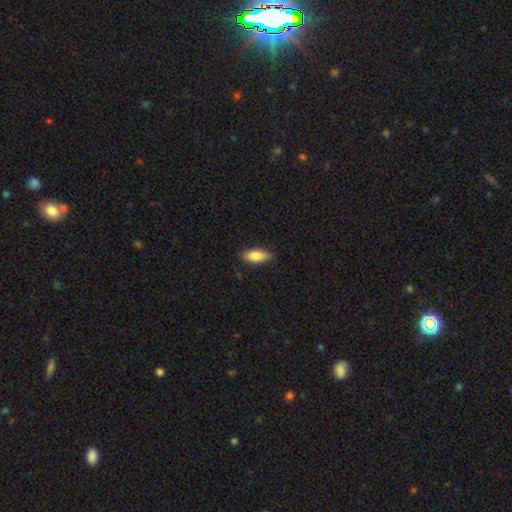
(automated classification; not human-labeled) smooth-or-featured: smooth: 84% | featured or disk: 10% | star or artifact: 6%
  how-rounded: in between: 77% | cigar-shaped: 20% | round: 2%
  merging: none: 85% | minor disturbance: 11% | major disturbance: 2% | merger: 1%